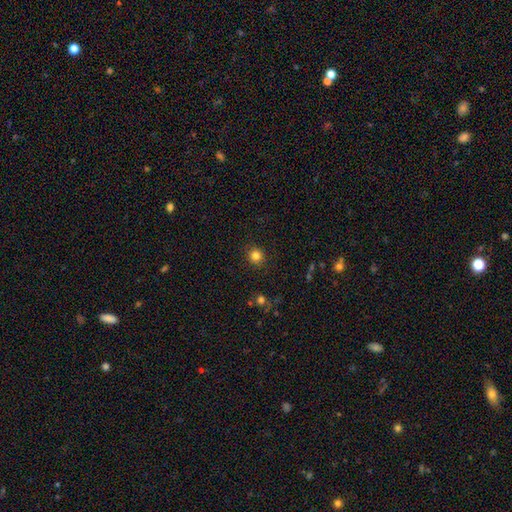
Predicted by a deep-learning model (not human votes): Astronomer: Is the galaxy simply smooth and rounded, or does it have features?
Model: smooth — 82%.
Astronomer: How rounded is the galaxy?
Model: round — 93%.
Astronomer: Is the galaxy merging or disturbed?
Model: none — 91%.